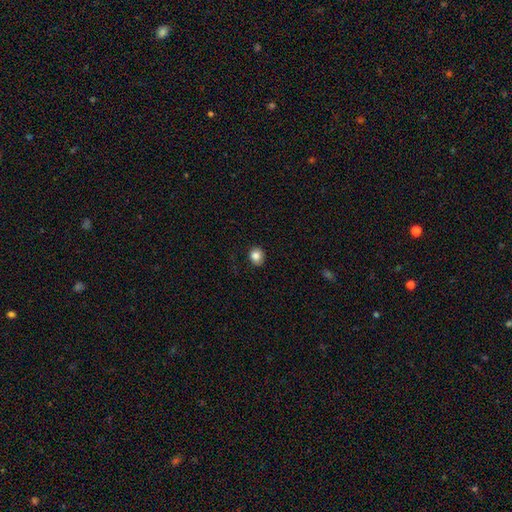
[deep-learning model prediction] This appears to be a smooth galaxy with no disk features (85%) that is round (74%). Merging: none (83%).